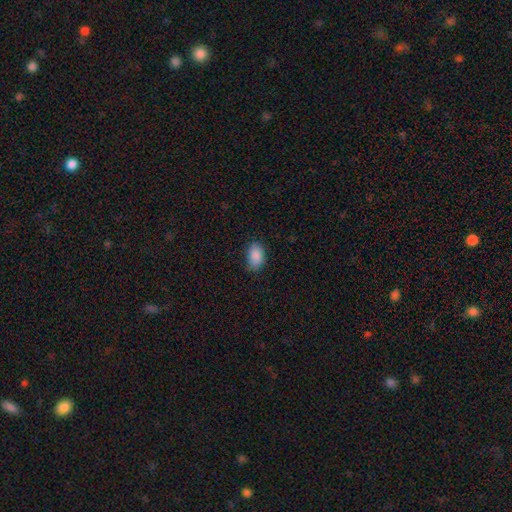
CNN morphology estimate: This is clearly a smooth galaxy (89%). How rounded: clearly in between (90%). Merging: likely none (79%).